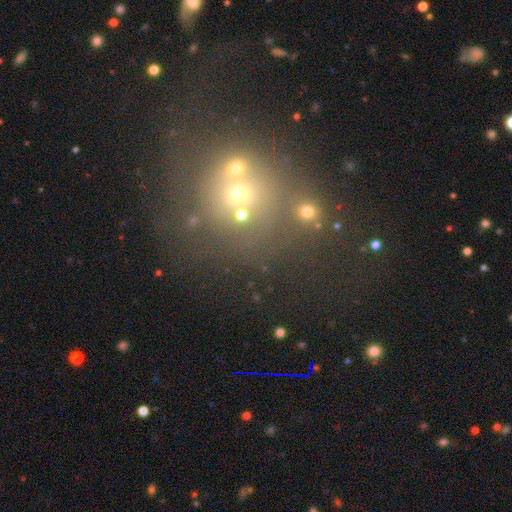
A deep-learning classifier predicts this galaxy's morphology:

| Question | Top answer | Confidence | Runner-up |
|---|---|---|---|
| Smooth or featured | star or artifact | 45% | smooth (36%) |